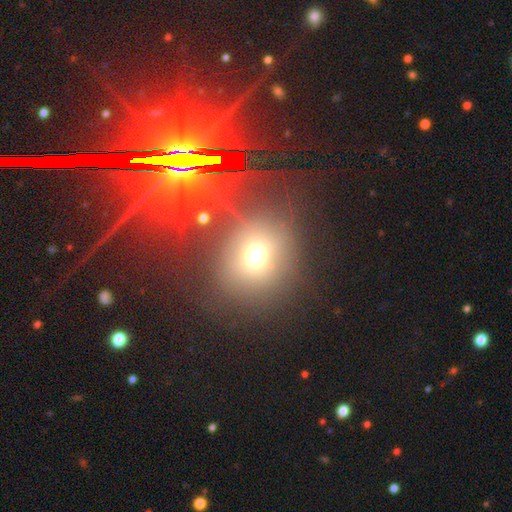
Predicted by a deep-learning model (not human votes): A smooth galaxy with no disk features (60%) that is round (84%).

Vote fractions:
- Smooth or featured? smooth: 60% / star or artifact: 29% / featured or disk: 11%
- How rounded? round: 84% / in between: 14% / cigar-shaped: 1%
- Merging? none: 77% / minor disturbance: 10% / major disturbance: 7% / merger: 6%